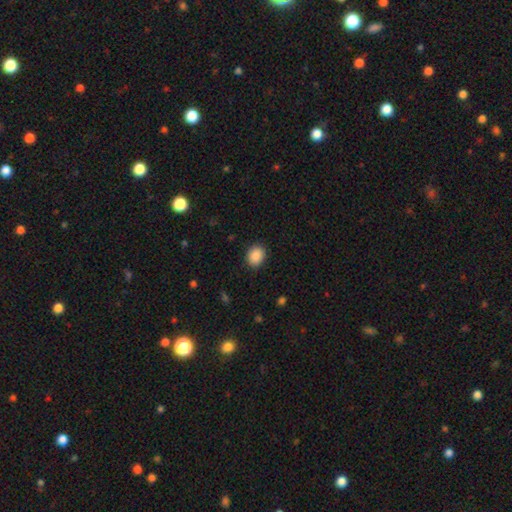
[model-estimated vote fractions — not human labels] Smooth or featured? smooth (89%)
How rounded? round (50%)
Merging? none (89%)